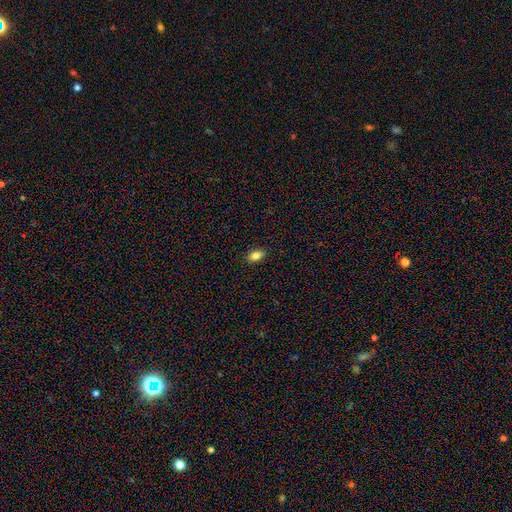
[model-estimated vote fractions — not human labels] smooth_or_featured: smooth (p=0.83) [alt: star or artifact p=0.09]
how_rounded: in between (p=0.87) [alt: round p=0.10]
merging: none (p=0.89) [alt: minor disturbance p=0.08]